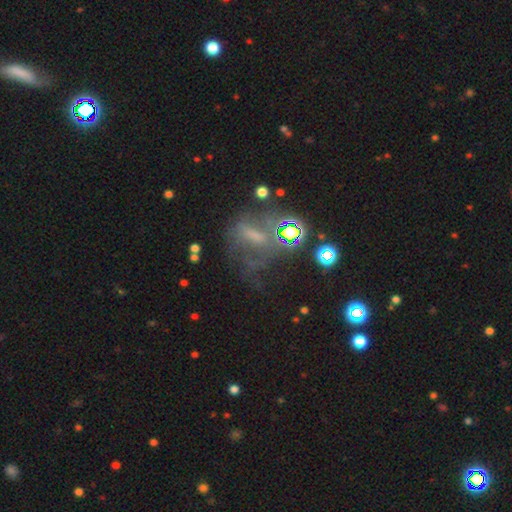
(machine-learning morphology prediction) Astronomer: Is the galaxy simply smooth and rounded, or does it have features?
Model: featured or disk — 41% (runner-up: star or artifact, 39%).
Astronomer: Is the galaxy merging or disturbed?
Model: none — 40% (runner-up: major disturbance, 31%).